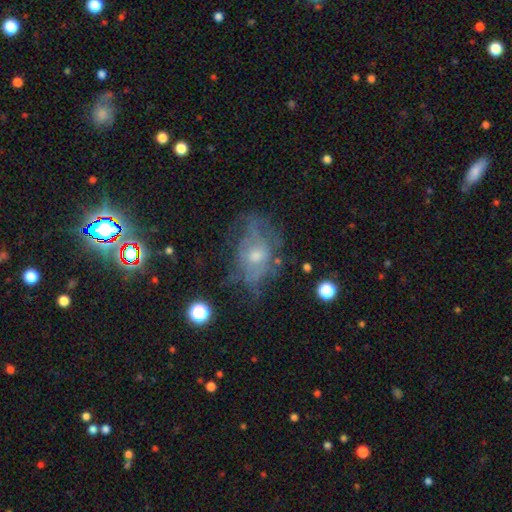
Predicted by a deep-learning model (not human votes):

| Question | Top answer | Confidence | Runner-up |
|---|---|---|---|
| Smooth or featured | featured or disk | 55% | smooth (24%) |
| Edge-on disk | no | 92% | yes (8%) |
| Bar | no | 78% | weak (19%) |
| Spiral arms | yes | 53% | no (47%) |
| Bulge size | small | 49% | moderate (42%) |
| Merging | none | 57% | minor disturbance (23%) |